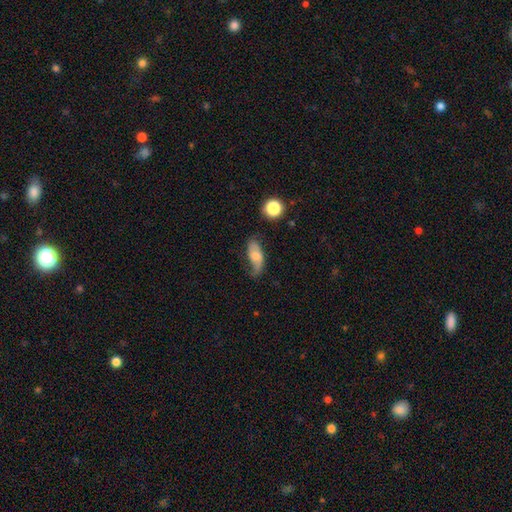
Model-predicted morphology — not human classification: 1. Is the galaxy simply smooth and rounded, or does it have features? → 46% featured or disk (tied), 46% smooth (tied), 8% star or artifact.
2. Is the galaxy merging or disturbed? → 49% none, 31% minor disturbance, 17% major disturbance, 3% merger.